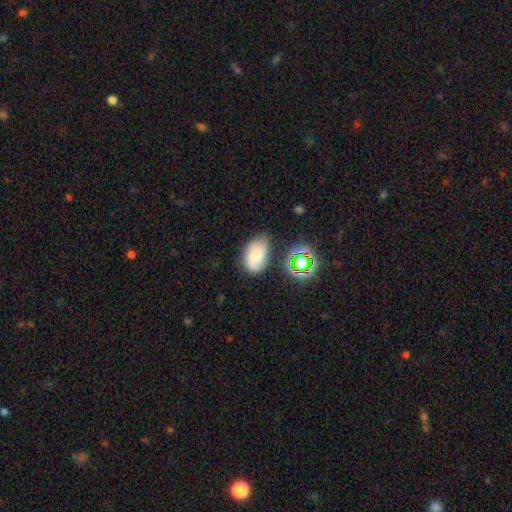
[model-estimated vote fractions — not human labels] Q: Smooth or featured?
A: smooth (60%); runner-up: featured or disk (25%)
Q: How rounded?
A: in between (86%); runner-up: round (13%)
Q: Merging?
A: none (62%); runner-up: minor disturbance (26%)